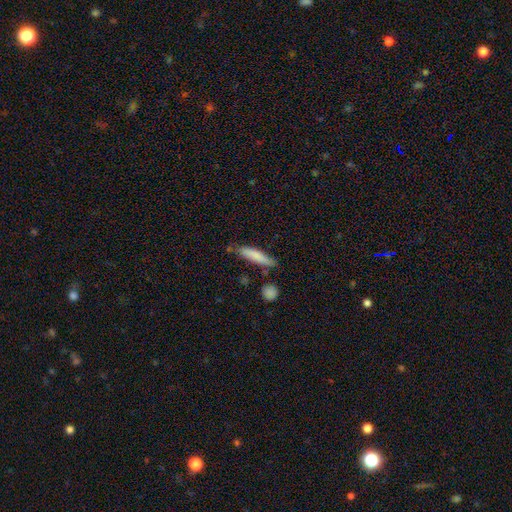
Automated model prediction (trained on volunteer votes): Q: Smooth or featured?
A: smooth (79%); runner-up: featured or disk (15%)
Q: How rounded?
A: cigar-shaped (83%); runner-up: in between (15%)
Q: Merging?
A: none (72%); runner-up: minor disturbance (19%)